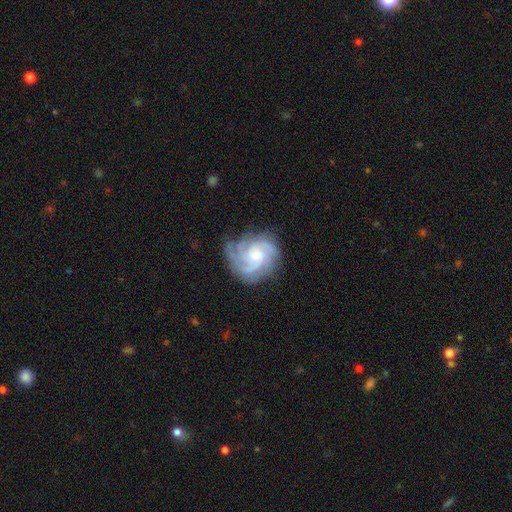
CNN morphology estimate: Q: Smooth or featured?
A: featured or disk (87%); runner-up: smooth (8%)
Q: Edge-on disk?
A: no (98%); runner-up: yes (2%)
Q: Bar?
A: no (63%); runner-up: weak (32%)
Q: Spiral arms?
A: yes (98%); runner-up: no (2%)
Q: Spiral winding?
A: tight (56%); runner-up: medium (38%)
Q: Spiral arm count?
A: 3 (45%); runner-up: 4 (18%)
Q: Bulge size?
A: small (46%); runner-up: moderate (44%)
Q: Merging?
A: none (73%); runner-up: minor disturbance (18%)